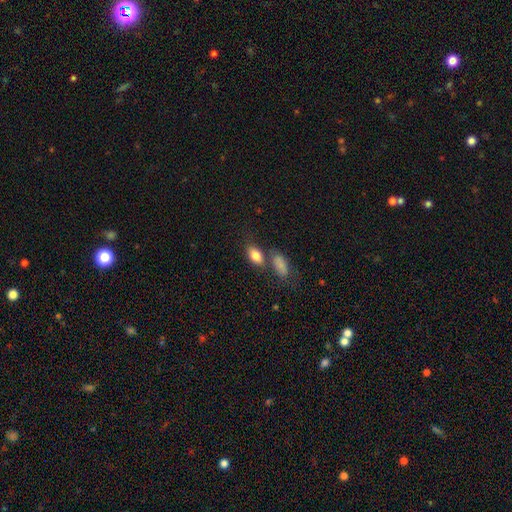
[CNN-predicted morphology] A smooth galaxy with no disk features (84%) that is in between round and cigar-shaped (87%). Merging: none (55%).